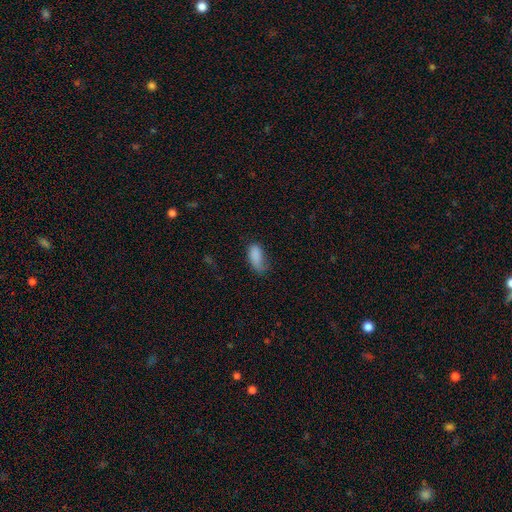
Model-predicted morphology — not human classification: The model was most divided on "merging": none: 44%, minor disturbance: 35%, major disturbance: 18%, merger: 3%. More confident: how rounded — in between (89%); smooth or featured — smooth (85%).